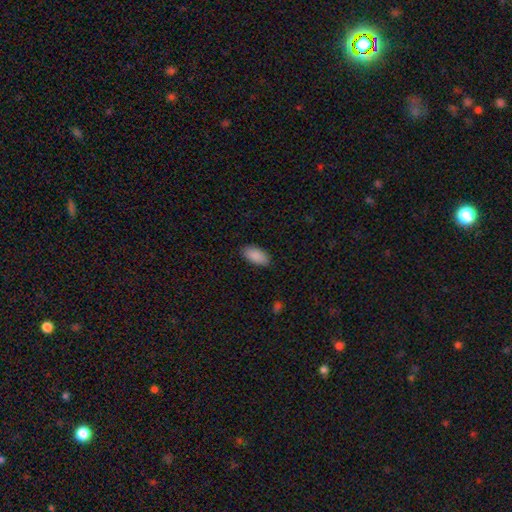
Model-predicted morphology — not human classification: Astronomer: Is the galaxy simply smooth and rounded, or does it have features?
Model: smooth — 90%.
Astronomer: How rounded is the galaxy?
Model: in between — 93%.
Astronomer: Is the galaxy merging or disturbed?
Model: none — 87%.